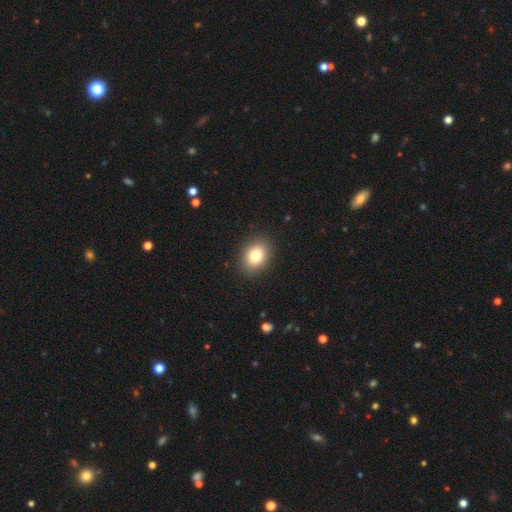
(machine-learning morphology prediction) smooth-or-featured: smooth: 81% | star or artifact: 10% | featured or disk: 9%
  how-rounded: in between: 61% | round: 38% | cigar-shaped: 1%
  merging: none: 90% | minor disturbance: 7% | major disturbance: 2% | merger: 1%